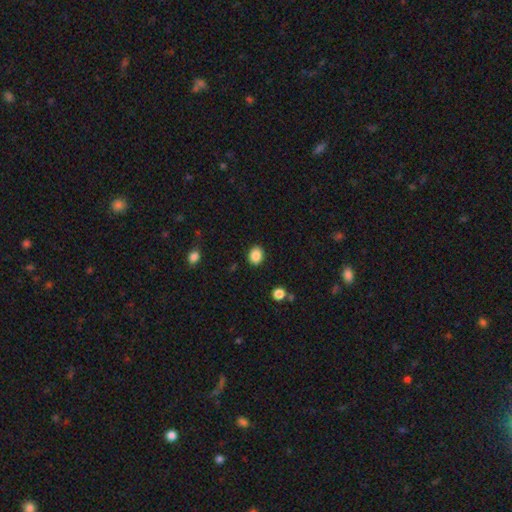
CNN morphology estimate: The model was most divided on "how rounded": round: 51%, in between: 48%, cigar-shaped: 1%. More confident: merging — none (89%); smooth or featured — smooth (87%).